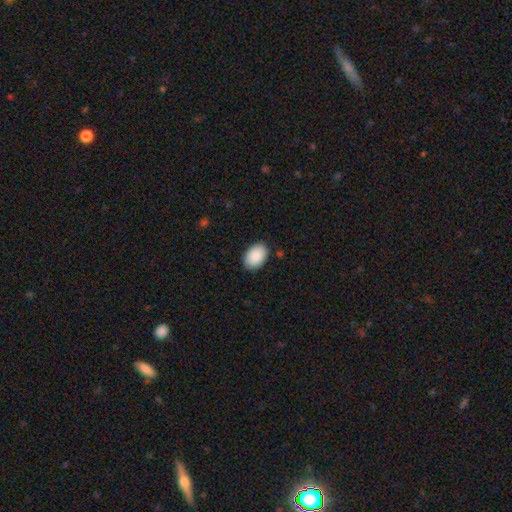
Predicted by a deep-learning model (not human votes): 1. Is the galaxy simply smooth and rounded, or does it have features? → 91% smooth, 6% star or artifact, 3% featured or disk.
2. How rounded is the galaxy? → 88% in between, 11% round, 1% cigar-shaped.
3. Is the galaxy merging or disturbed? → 88% none, 9% minor disturbance, 2% major disturbance, 1% merger.